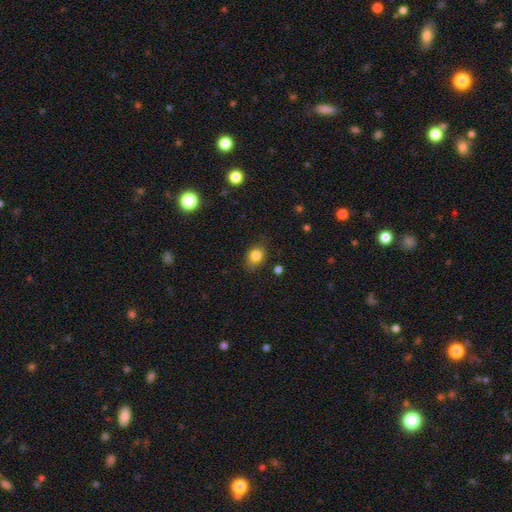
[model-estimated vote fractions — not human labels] Q: Smooth or featured?
A: smooth (82%); runner-up: star or artifact (10%)
Q: How rounded?
A: in between (50%); runner-up: round (49%)
Q: Merging?
A: none (76%); runner-up: minor disturbance (19%)